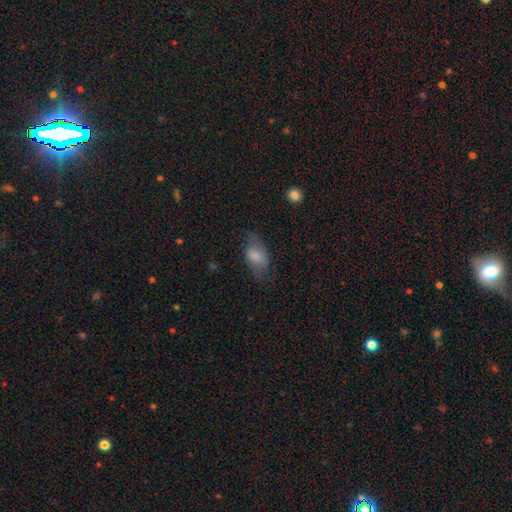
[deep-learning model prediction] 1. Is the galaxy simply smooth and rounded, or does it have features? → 63% smooth, 29% featured or disk, 8% star or artifact.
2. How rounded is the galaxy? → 89% in between, 7% round, 5% cigar-shaped.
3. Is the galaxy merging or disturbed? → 63% none, 23% minor disturbance, 12% major disturbance, 2% merger.